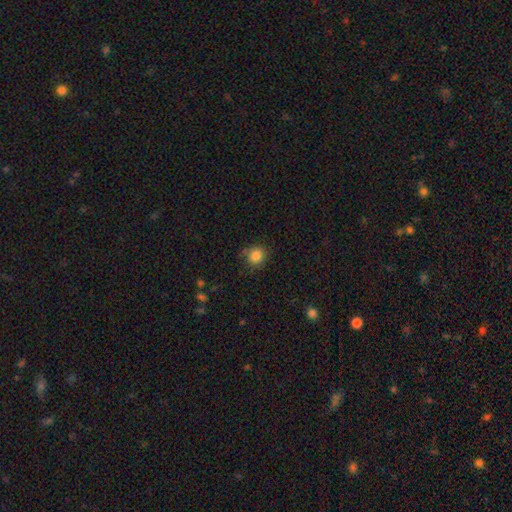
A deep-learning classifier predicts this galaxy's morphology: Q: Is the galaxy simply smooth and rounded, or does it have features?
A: smooth — 84%.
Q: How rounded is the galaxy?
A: round — 87%.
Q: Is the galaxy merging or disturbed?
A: none — 77%.